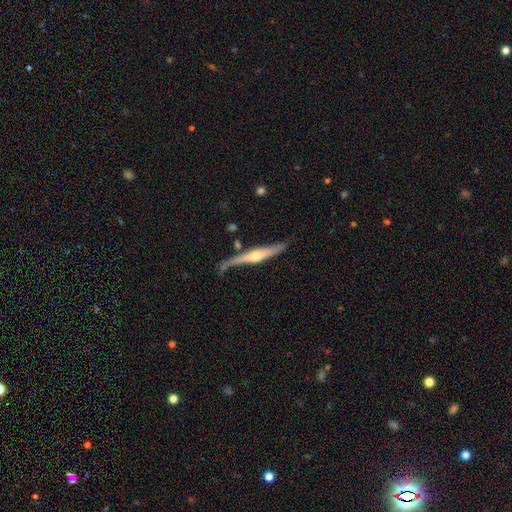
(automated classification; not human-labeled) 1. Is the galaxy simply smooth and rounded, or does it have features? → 75% featured or disk, 20% smooth, 5% star or artifact.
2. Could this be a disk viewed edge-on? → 91% yes, 9% no.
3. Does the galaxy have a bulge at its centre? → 88% rounded, 6% none, 5% boxy.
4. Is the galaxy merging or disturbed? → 59% none, 26% minor disturbance, 9% major disturbance, 6% merger.